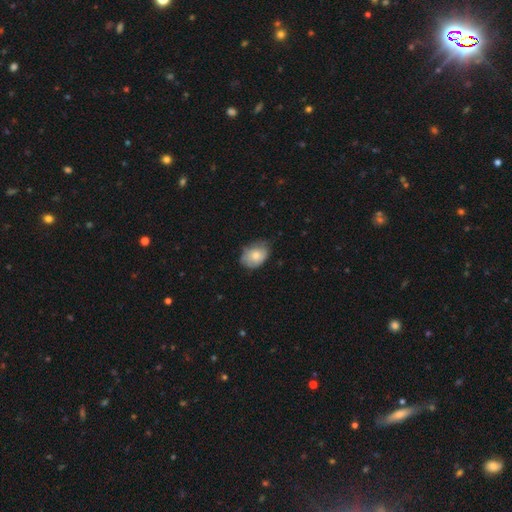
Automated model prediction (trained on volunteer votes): Smooth or featured? smooth (70%)
How rounded? in between (74%)
Merging? none (58%)